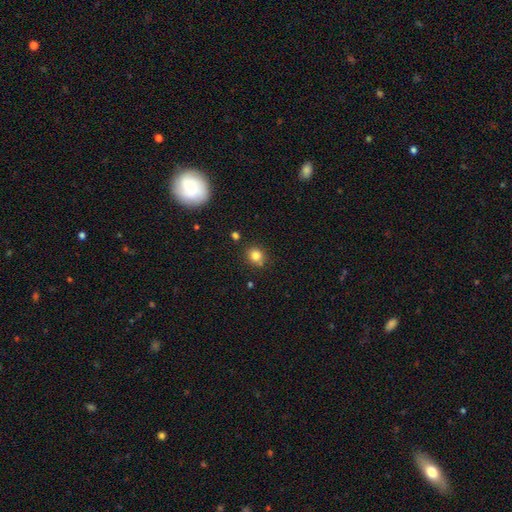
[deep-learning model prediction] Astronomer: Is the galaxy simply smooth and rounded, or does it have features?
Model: smooth — 81%.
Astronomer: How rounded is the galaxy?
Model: round — 75%.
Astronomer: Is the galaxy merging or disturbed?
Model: none — 79%.